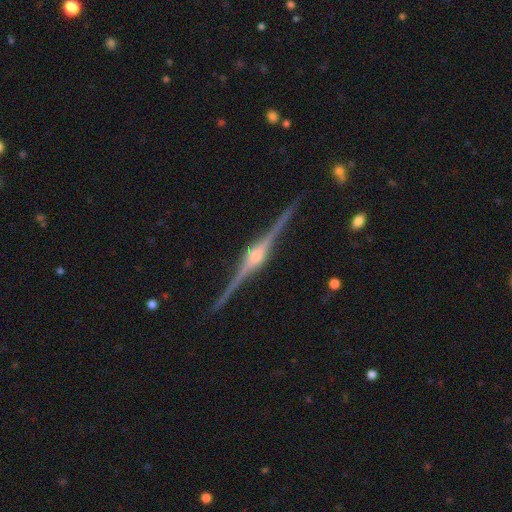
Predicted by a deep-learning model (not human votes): This appears to be a featured or disk galaxy (92%) viewed edge-on (99%) with a rounded central bulge (90%). Merging: none (91%).